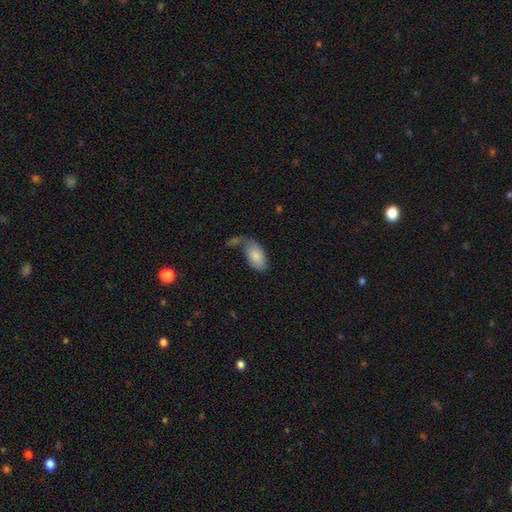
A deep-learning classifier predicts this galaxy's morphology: smooth 83%, featured or disk 11%, star or artifact 6%. Down the decision tree: how rounded — in between (95%); merging — none (43%).